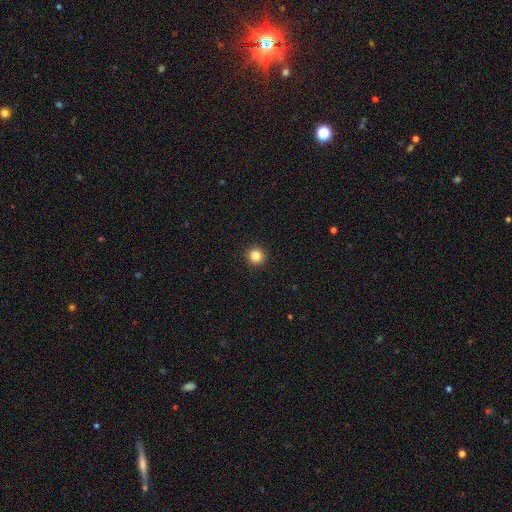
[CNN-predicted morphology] smooth_or_featured: smooth (p=0.84) [alt: star or artifact p=0.12]
how_rounded: round (p=0.95) [alt: in between p=0.04]
merging: none (p=0.93) [alt: minor disturbance p=0.04]